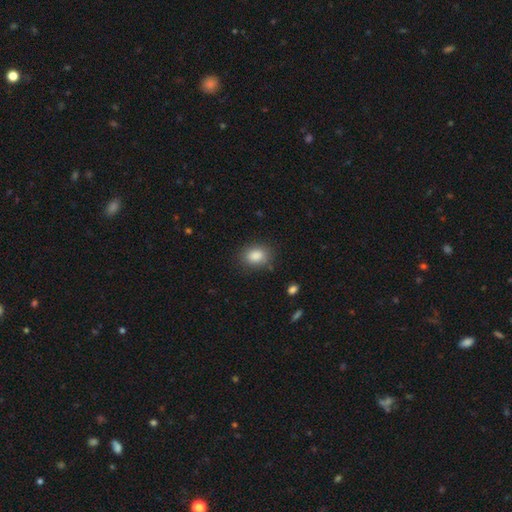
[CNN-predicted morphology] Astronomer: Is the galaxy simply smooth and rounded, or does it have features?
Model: smooth — 86%.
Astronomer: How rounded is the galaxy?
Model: in between — 59% (runner-up: round, 40%).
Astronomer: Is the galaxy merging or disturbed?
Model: none — 81%.